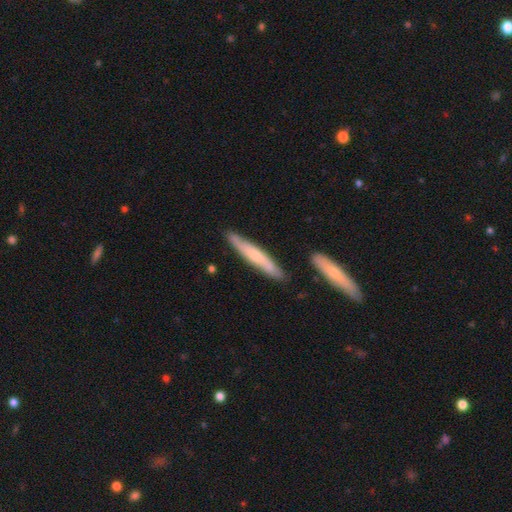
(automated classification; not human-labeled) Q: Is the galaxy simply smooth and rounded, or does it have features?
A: smooth — 53%.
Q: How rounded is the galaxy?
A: cigar-shaped — 92%.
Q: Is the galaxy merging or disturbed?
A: none — 81%.